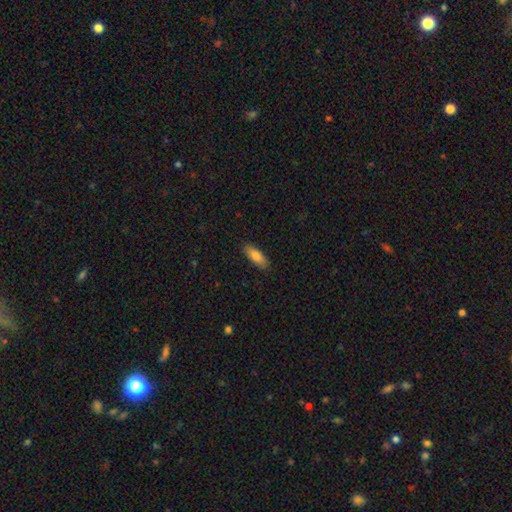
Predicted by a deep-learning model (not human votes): Smooth or featured: smooth — 79% (featured or disk — 15%)
How rounded: in between — 65% (cigar-shaped — 33%)
Merging: none — 88% (minor disturbance — 9%)